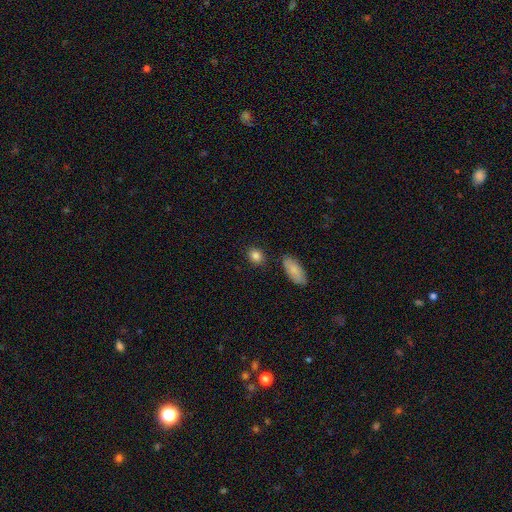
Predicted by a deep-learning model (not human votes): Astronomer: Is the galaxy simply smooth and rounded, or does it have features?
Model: smooth — 85%.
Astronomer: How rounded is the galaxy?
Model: round — 60% (runner-up: in between, 38%).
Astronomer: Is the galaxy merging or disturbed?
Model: none — 84%.